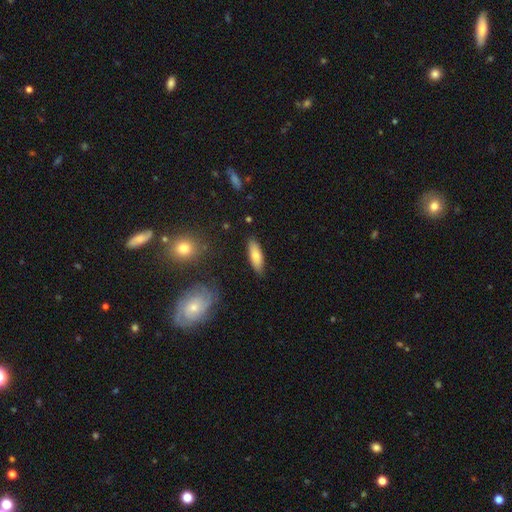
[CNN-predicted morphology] This appears to be a smooth galaxy with no disk features (73%) that is in between round and cigar-shaped (57%). Merging: none (84%).